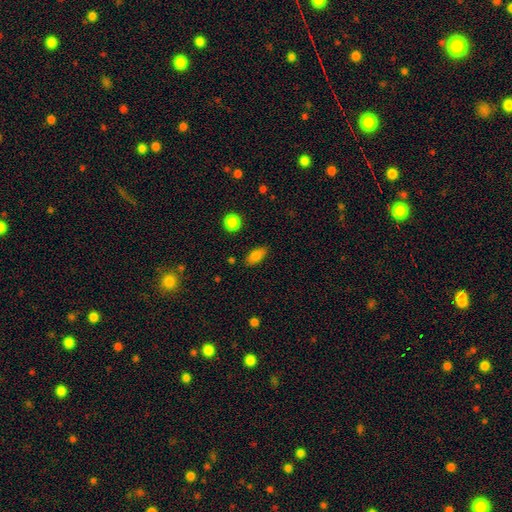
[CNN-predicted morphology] This is clearly a smooth galaxy (83%). How rounded: clearly in between (87%). Merging: clearly none (84%).